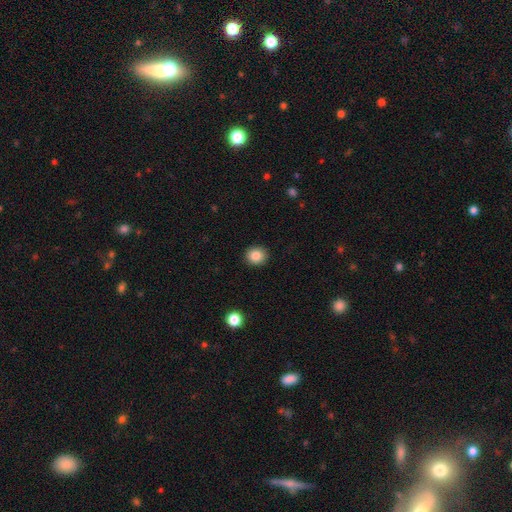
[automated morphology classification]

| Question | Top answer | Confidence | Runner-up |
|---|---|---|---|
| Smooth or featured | smooth | 86% | star or artifact (10%) |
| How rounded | round | 83% | in between (16%) |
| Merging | none | 92% | minor disturbance (6%) |